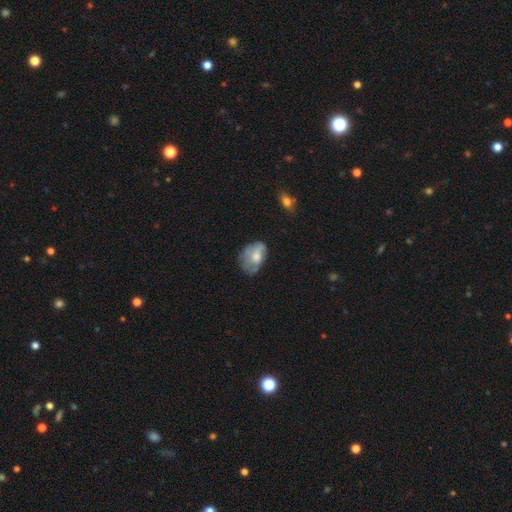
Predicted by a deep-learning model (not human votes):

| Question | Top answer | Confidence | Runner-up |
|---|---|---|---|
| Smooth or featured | smooth | 55% | featured or disk (38%) |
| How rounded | in between | 83% | round (16%) |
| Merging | none | 44% | minor disturbance (34%) |